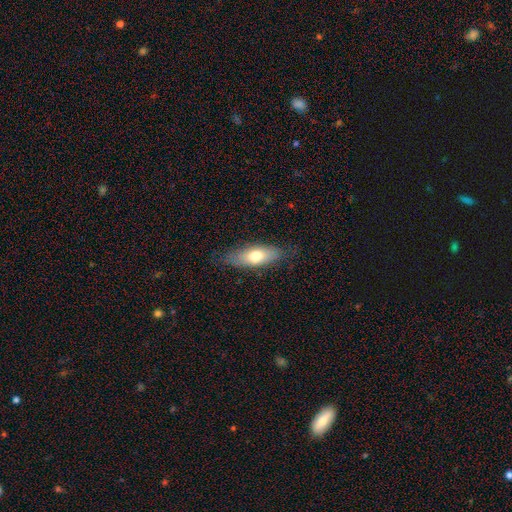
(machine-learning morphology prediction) Smooth or featured?
  - smooth: 70% *
  - featured or disk: 24%
  - star or artifact: 7%
How rounded?
  - in between: 74% *
  - cigar-shaped: 23%
  - round: 3%
Merging?
  - none: 78% *
  - minor disturbance: 17%
  - major disturbance: 4%
  - merger: 1%